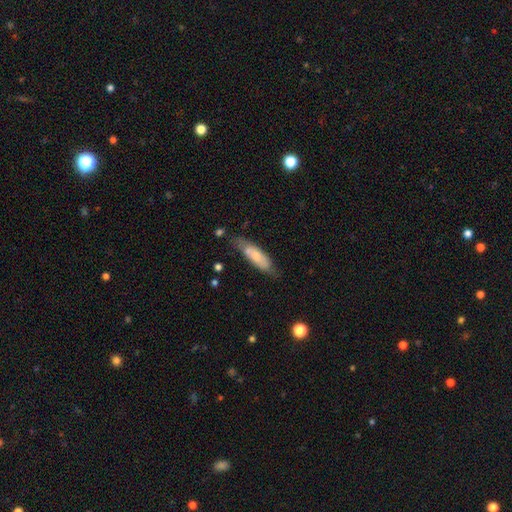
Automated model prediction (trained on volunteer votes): smooth-or-featured: smooth: 66% | featured or disk: 28% | star or artifact: 6%
  how-rounded: cigar-shaped: 53% | in between: 45% | round: 2%
  merging: none: 60% | minor disturbance: 25% | merger: 8% | major disturbance: 7%